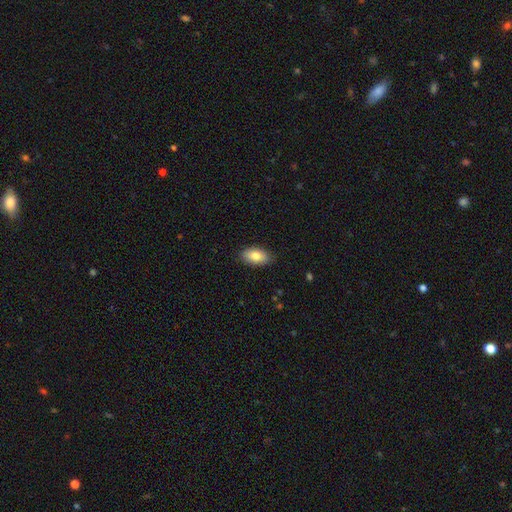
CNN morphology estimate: Overall: smooth (81%). How rounded: in between (92%). Merging: none (87%).